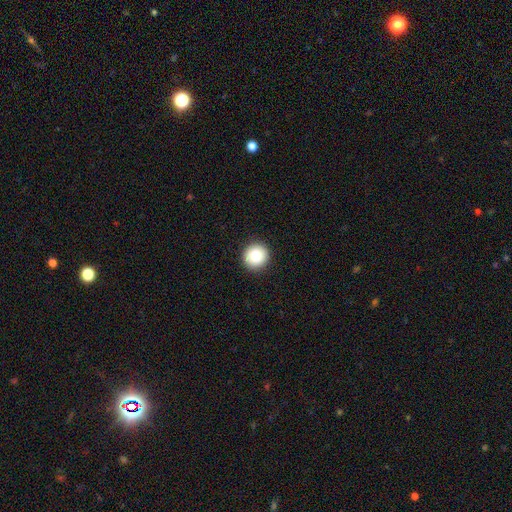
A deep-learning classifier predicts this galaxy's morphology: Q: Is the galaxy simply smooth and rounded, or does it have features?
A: smooth — 81%.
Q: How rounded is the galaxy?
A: round — 94%.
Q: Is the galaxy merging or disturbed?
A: none — 93%.